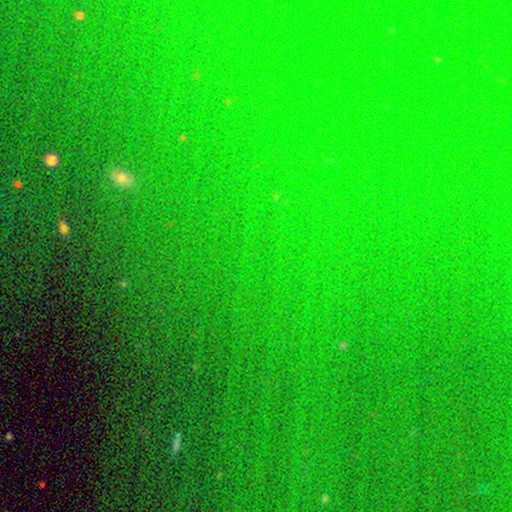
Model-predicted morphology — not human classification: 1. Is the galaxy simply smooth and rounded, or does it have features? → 80% star or artifact, 12% smooth, 8% featured or disk.